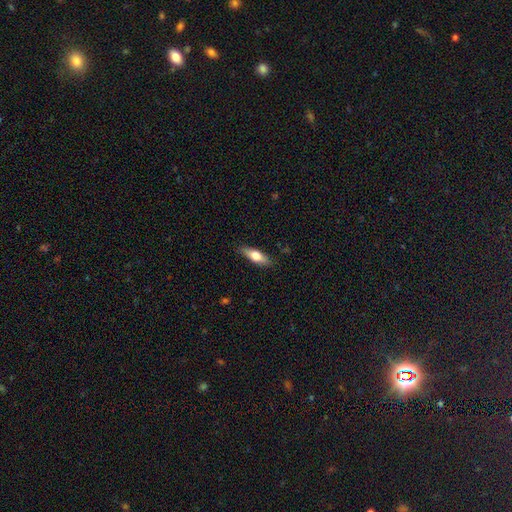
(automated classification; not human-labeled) A smooth galaxy with no disk features (59%) that is in between round and cigar-shaped (51%). Merging: none (85%).